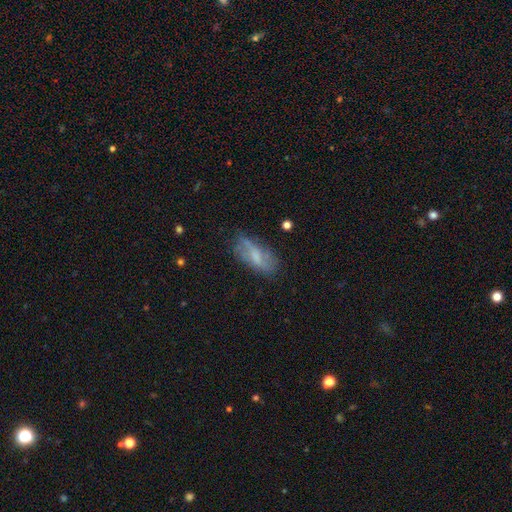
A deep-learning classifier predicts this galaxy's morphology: smooth_or_featured: smooth (p=0.47) [alt: featured or disk p=0.45]
merging: none (p=0.62) [alt: minor disturbance p=0.25]